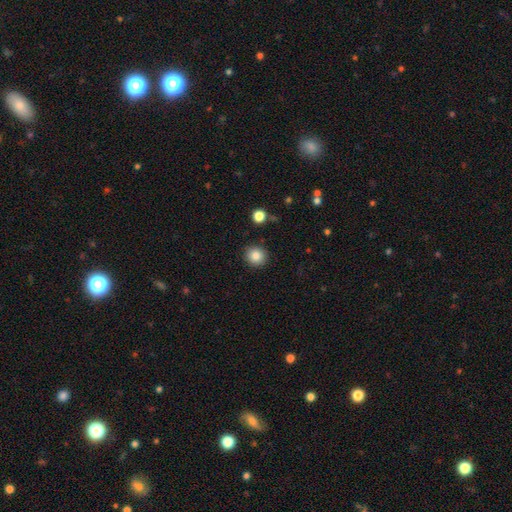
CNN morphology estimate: The model was most divided on "smooth or featured": smooth: 85%, star or artifact: 10%, featured or disk: 5%. More confident: merging — none (90%); how rounded — round (90%).